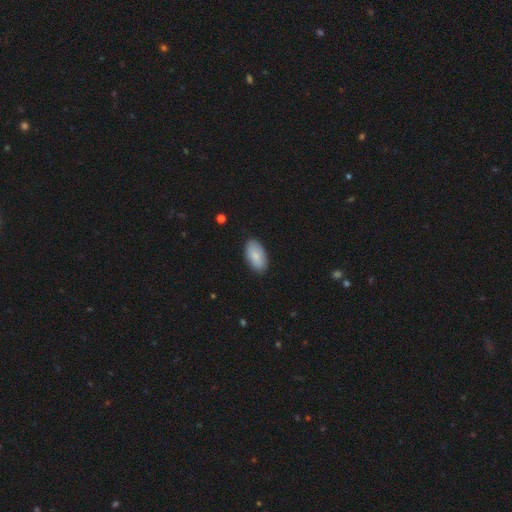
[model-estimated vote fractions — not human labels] The model was most divided on "smooth or featured": smooth: 85%, featured or disk: 9%, star or artifact: 6%. More confident: how rounded — in between (95%); merging — none (87%).